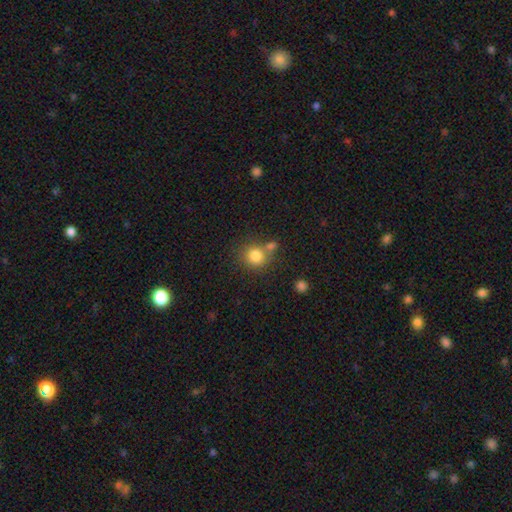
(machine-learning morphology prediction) This is clearly a smooth galaxy (82%). How rounded: clearly round (86%). Merging: possibly none (58%).